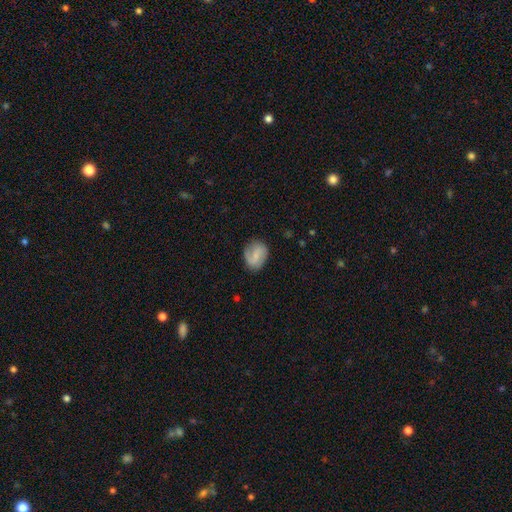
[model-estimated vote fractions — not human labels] Smooth or featured?
  - smooth: 48% *
  - featured or disk: 45%
  - star or artifact: 7%
Merging?
  - none: 73% *
  - minor disturbance: 19%
  - major disturbance: 6%
  - merger: 1%